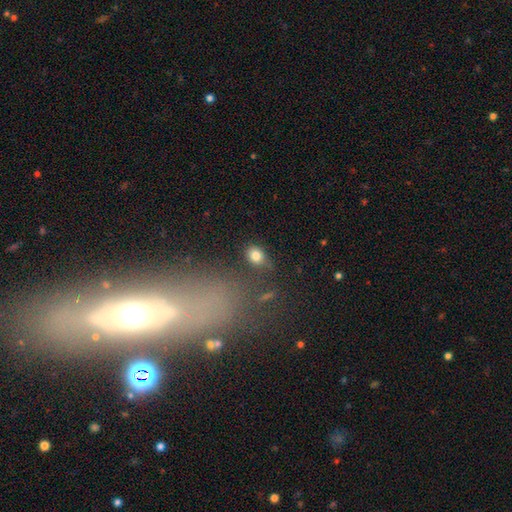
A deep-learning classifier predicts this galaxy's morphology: This appears to be a smooth galaxy with no disk features (81%) that is in between round and cigar-shaped (52%). Merging: none (70%).